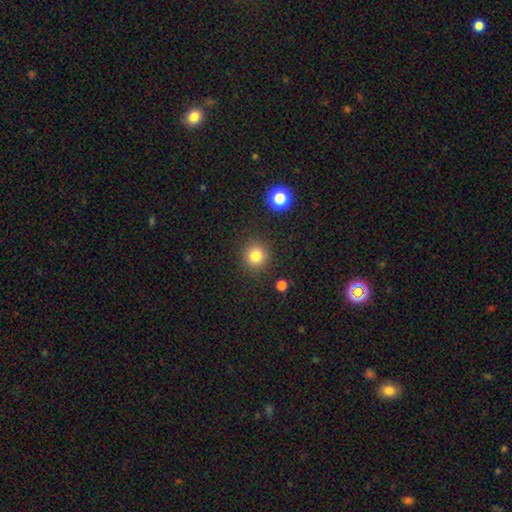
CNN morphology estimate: Smooth or featured? Predicted: smooth (p=0.82). How rounded? Predicted: round (p=0.92). Merging? Predicted: none (p=0.89).